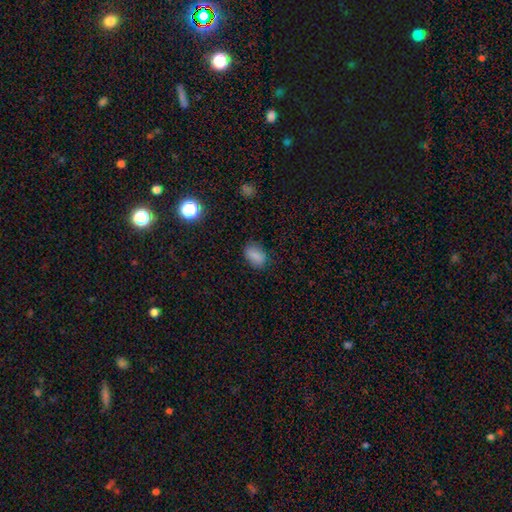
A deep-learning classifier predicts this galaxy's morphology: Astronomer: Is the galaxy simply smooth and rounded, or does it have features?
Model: smooth — 84%.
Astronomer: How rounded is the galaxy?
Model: in between — 85%.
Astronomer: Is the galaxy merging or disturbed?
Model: none — 81%.